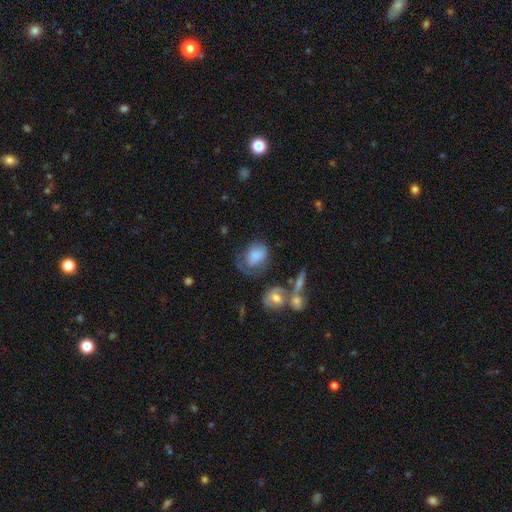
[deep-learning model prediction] Morphology: type=smooth (70%); roundness=in between (72%); merging=none (34%).